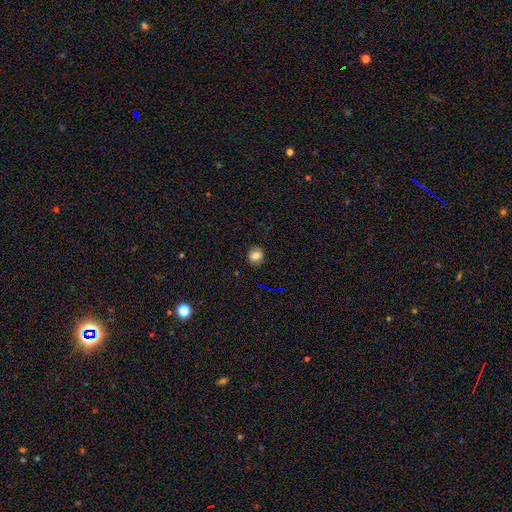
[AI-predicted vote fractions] smooth_or_featured: smooth (p=0.81) [alt: star or artifact p=0.12]
how_rounded: round (p=0.82) [alt: in between p=0.17]
merging: none (p=0.89) [alt: minor disturbance p=0.08]